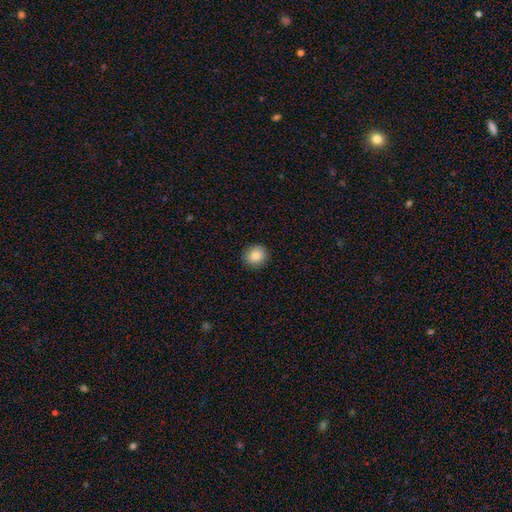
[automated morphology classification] type=smooth (84%); roundness=round (84%); merging=none (90%).